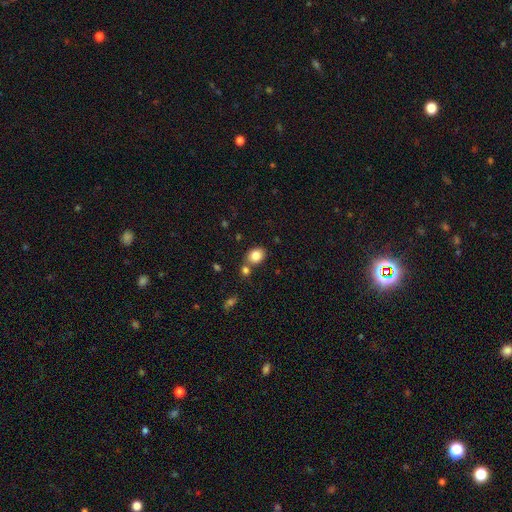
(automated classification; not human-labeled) This appears to be a smooth galaxy with no disk features (84%) that is in between round and cigar-shaped (56%). Merging: none (68%).